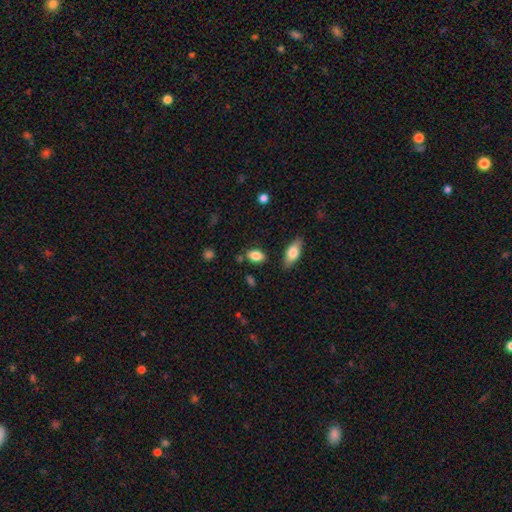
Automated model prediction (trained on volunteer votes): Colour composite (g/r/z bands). It shows a smooth galaxy with no disk features (83%) that is in between round and cigar-shaped (86%). Merging: none (78%).